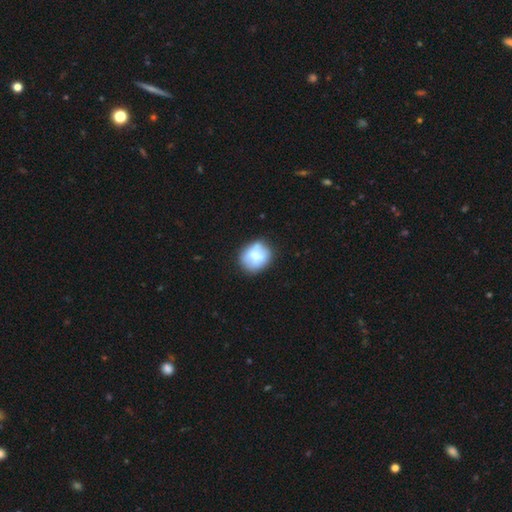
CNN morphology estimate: Overall: smooth (61%; featured or disk 31%). How rounded: round (73%). Merging: none (67%).